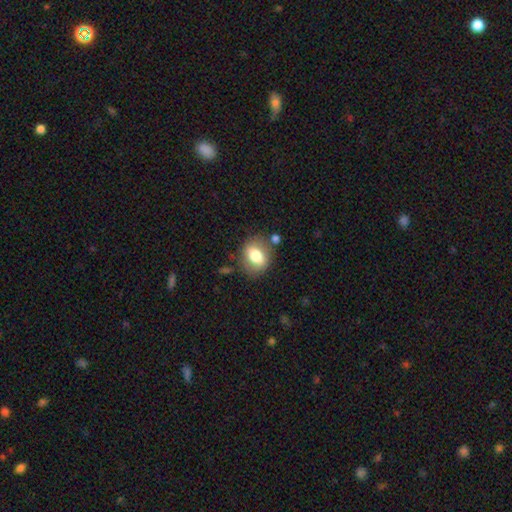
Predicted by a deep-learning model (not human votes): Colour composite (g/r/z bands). It shows a smooth galaxy with no disk features (72%) that is in between round and cigar-shaped (58%). Merging: none (74%).